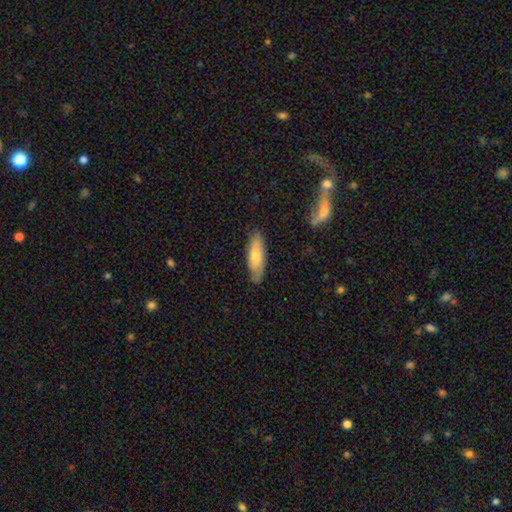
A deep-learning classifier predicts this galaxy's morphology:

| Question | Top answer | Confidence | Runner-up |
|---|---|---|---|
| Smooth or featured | smooth | 66% | featured or disk (28%) |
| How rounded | in between | 54% | cigar-shaped (44%) |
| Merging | none | 78% | minor disturbance (17%) |